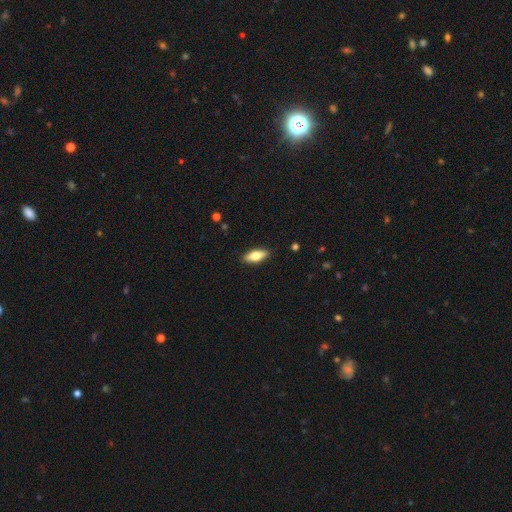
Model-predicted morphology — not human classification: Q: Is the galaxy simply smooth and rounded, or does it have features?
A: smooth — 69%.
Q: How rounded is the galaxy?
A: in between — 73%.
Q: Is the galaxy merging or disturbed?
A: none — 89%.